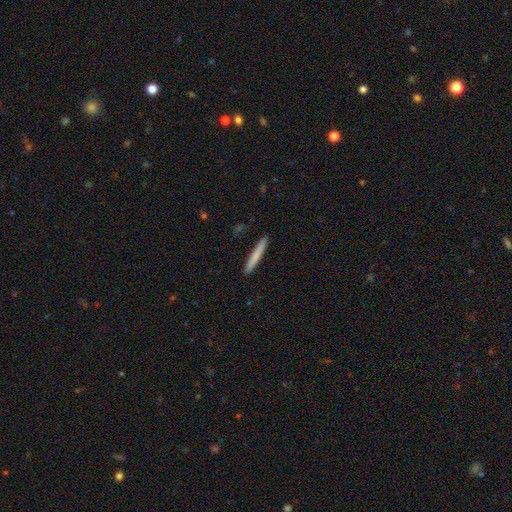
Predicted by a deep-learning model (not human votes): A smooth galaxy with no disk features (75%) that is cigar-shaped (96%). Merging: none (91%).